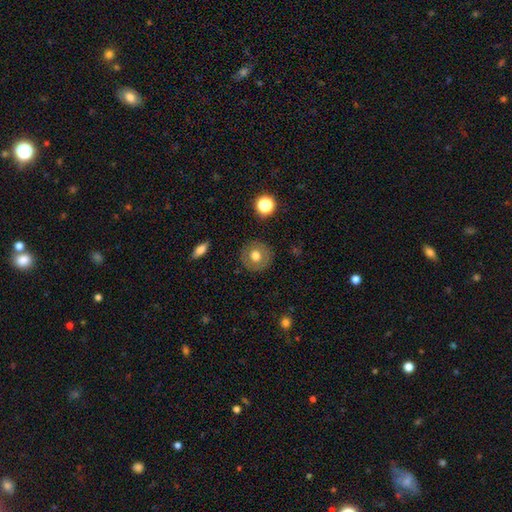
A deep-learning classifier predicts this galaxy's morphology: This is likely a smooth galaxy (66%). How rounded: clearly round (92%). Merging: clearly none (88%).